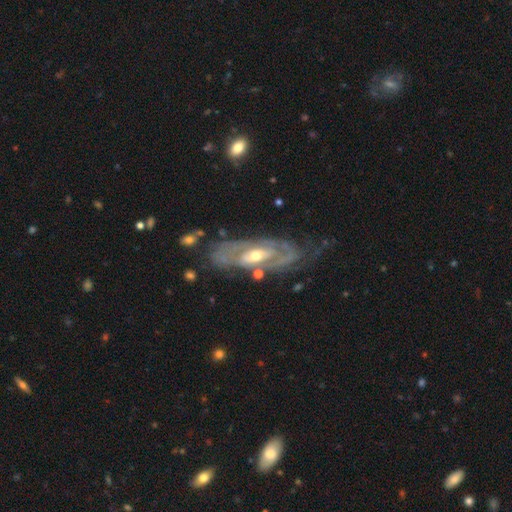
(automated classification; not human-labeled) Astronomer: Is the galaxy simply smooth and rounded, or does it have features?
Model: featured or disk — 85%.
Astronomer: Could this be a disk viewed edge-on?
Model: no — 87%.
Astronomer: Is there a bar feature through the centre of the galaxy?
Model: no — 51% (runner-up: weak, 32%).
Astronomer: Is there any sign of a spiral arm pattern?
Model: yes — 81%.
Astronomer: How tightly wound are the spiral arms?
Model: tight — 63%.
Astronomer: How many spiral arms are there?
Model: can't tell — 42% (runner-up: 2, 38%).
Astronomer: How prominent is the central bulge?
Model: moderate — 56% (runner-up: small, 39%).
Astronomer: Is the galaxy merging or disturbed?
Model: none — 65%.